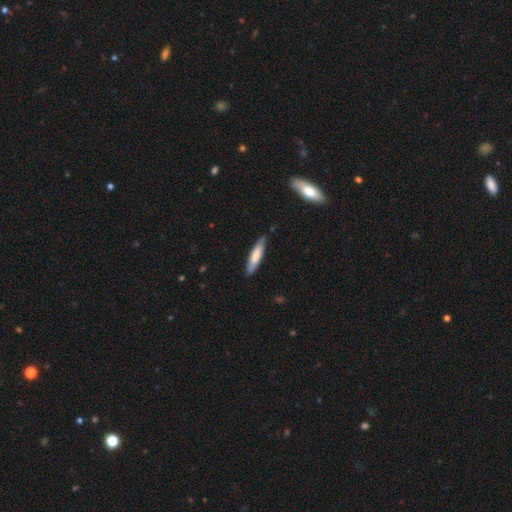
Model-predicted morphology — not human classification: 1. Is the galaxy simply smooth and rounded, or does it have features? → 73% smooth, 22% featured or disk, 5% star or artifact.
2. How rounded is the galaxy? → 79% cigar-shaped, 20% in between, 1% round.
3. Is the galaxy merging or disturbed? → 81% none, 16% minor disturbance, 2% major disturbance, 2% merger.